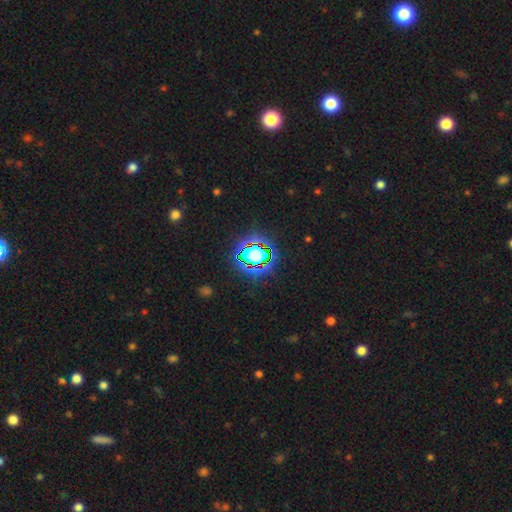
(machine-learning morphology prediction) A star or artifact, not a galaxy (80%).